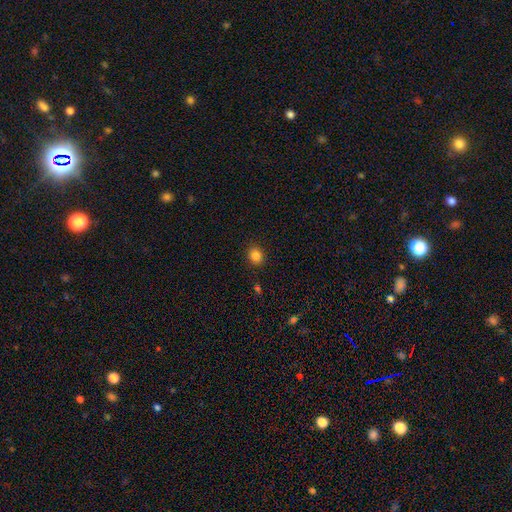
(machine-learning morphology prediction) A smooth galaxy with no disk features (84%) that is round (69%).

Vote fractions:
- Smooth or featured? smooth: 84% / star or artifact: 11% / featured or disk: 5%
- How rounded? round: 69% / in between: 31% / cigar-shaped: 1%
- Merging? none: 89% / minor disturbance: 7% / major disturbance: 2% / merger: 1%